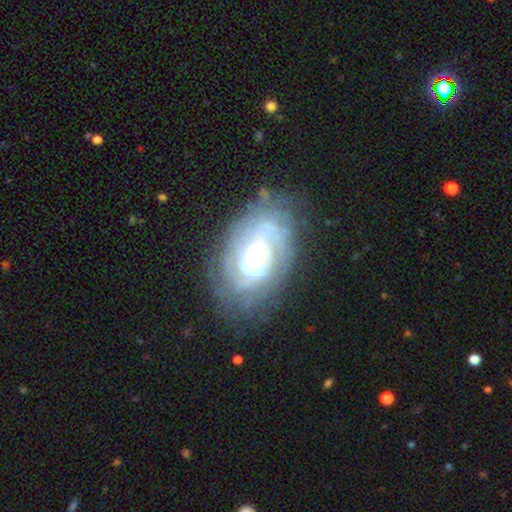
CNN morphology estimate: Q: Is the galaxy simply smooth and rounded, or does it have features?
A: featured or disk — 84%.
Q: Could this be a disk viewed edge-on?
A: no — 96%.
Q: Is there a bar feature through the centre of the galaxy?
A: no — 68%.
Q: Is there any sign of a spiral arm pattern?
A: yes — 93%.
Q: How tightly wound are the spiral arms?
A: tight — 75%.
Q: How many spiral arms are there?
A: can't tell — 43%.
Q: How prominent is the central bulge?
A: moderate — 52%.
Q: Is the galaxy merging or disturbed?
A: none — 73%.